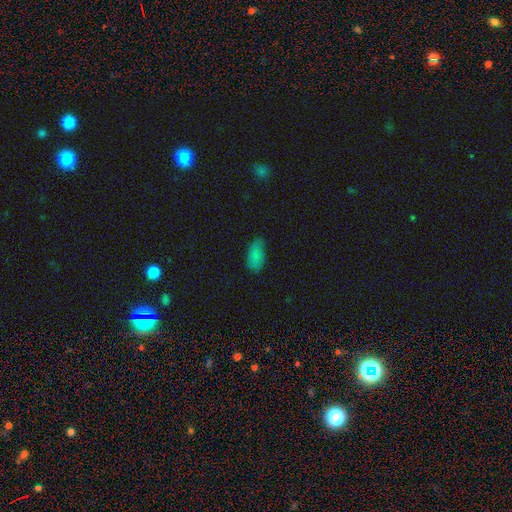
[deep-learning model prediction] Morphology: type=smooth (83%); roundness=in between (93%); merging=none (77%).